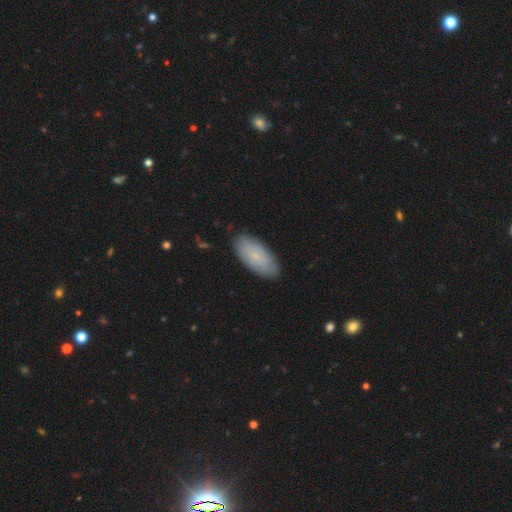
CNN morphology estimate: The model was most divided on "smooth or featured": smooth: 70%, featured or disk: 23%, star or artifact: 7%. More confident: how rounded — in between (91%); merging — none (84%).